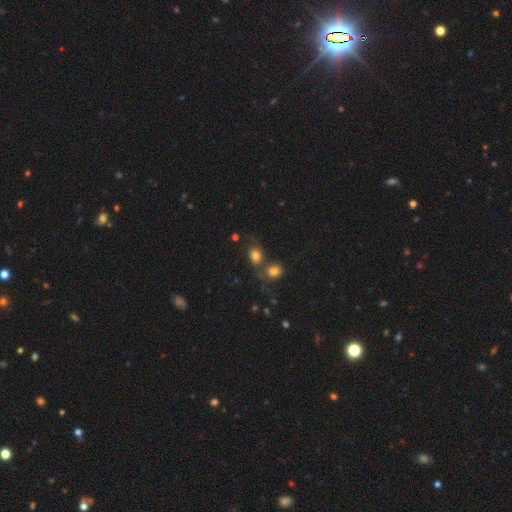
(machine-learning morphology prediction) Smooth or featured: smooth — 76% (star or artifact — 12%)
How rounded: in between — 56% (round — 43%)
Merging: none — 42% (merger — 38%)